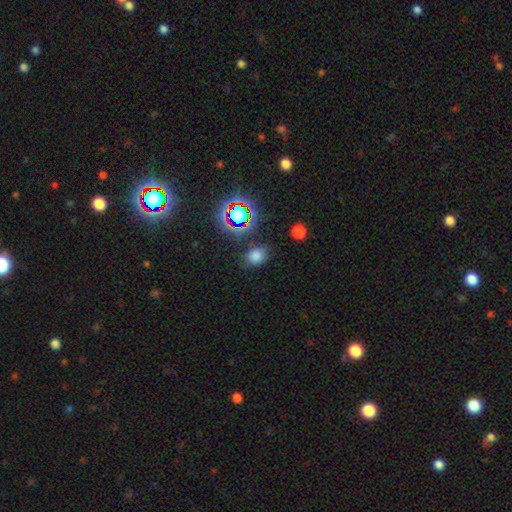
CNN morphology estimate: Q: Smooth or featured?
A: smooth (72%); runner-up: star or artifact (21%)
Q: How rounded?
A: round (50%); runner-up: in between (49%)
Q: Merging?
A: none (77%); runner-up: minor disturbance (15%)